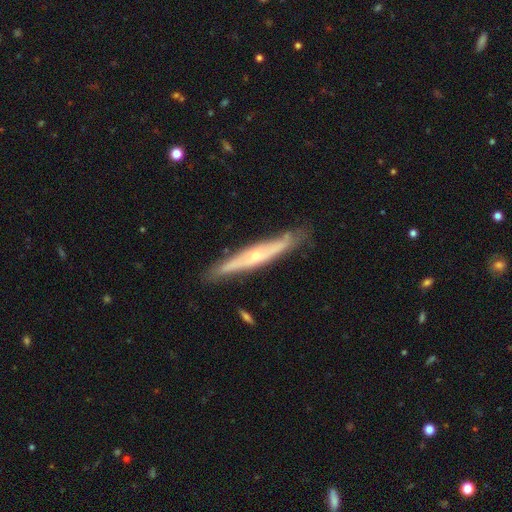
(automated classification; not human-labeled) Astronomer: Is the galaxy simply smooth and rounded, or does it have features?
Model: featured or disk — 69%.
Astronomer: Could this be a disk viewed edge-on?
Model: yes — 81%.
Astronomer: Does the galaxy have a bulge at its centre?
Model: rounded — 70%.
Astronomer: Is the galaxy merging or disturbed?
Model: none — 78%.